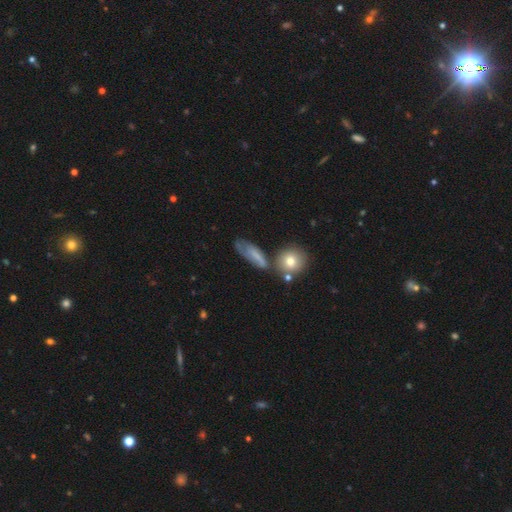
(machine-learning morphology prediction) A smooth galaxy with no disk features (52%) that is in between round and cigar-shaped (64%).

Vote fractions:
- Smooth or featured? smooth: 52% / featured or disk: 38% / star or artifact: 10%
- How rounded? in between: 64% / cigar-shaped: 28% / round: 8%
- Merging? none: 51% / minor disturbance: 27% / major disturbance: 13% / merger: 10%